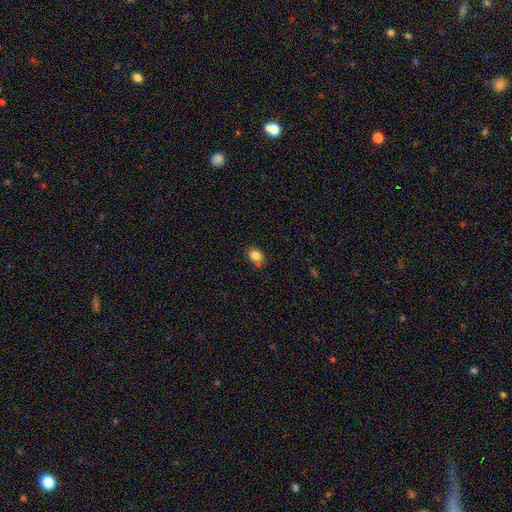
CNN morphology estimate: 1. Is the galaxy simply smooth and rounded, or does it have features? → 82% smooth, 10% star or artifact, 8% featured or disk.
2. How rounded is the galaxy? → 73% in between, 26% round, 1% cigar-shaped.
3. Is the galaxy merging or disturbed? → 73% none, 16% minor disturbance, 7% merger, 3% major disturbance.